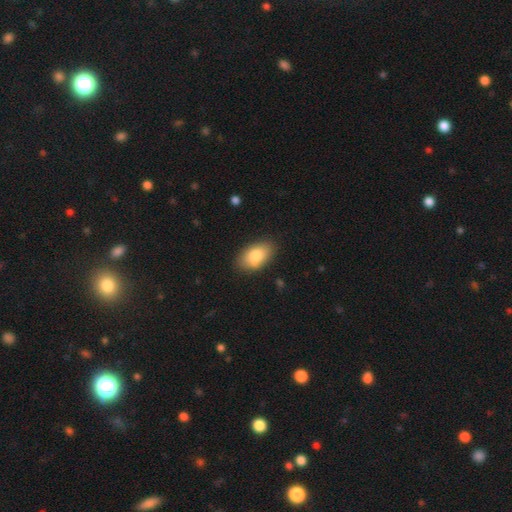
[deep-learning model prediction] smooth 82%, featured or disk 11%, star or artifact 7%. Down the decision tree: how rounded — in between (92%); merging — none (81%).